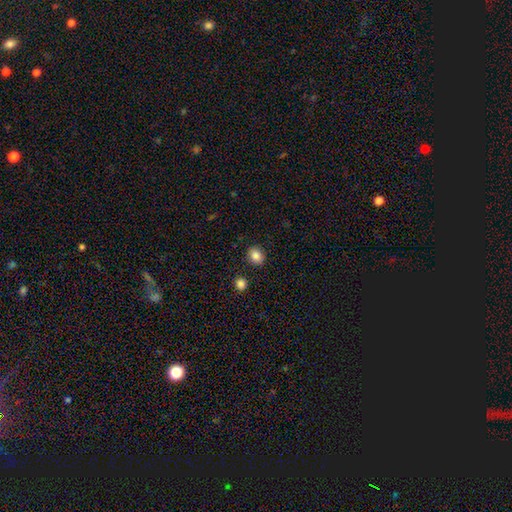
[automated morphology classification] A smooth galaxy with no disk features (85%) that is round (66%). Merging: none (89%).